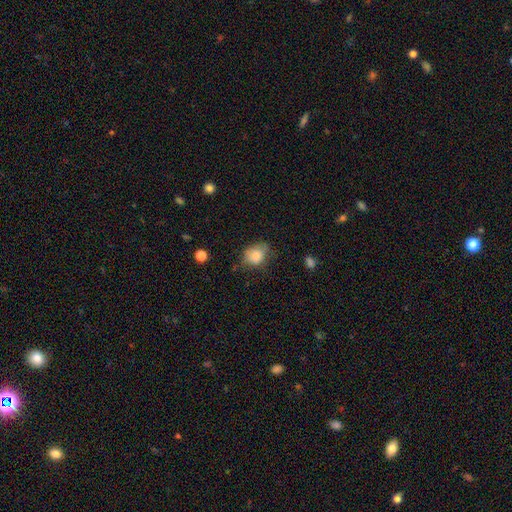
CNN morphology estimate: The model was most divided on "how rounded": in between: 58%, round: 41%, cigar-shaped: 1%. More confident: smooth or featured — smooth (80%); merging — none (56%).